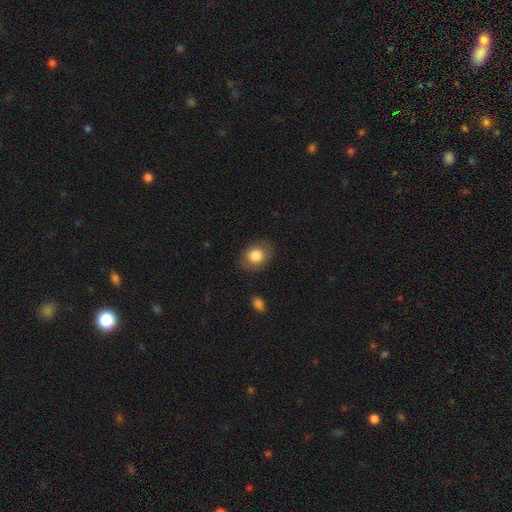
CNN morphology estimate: The model was most divided on "how rounded": in between: 59%, round: 40%, cigar-shaped: 1%. More confident: merging — none (83%); smooth or featured — smooth (81%).